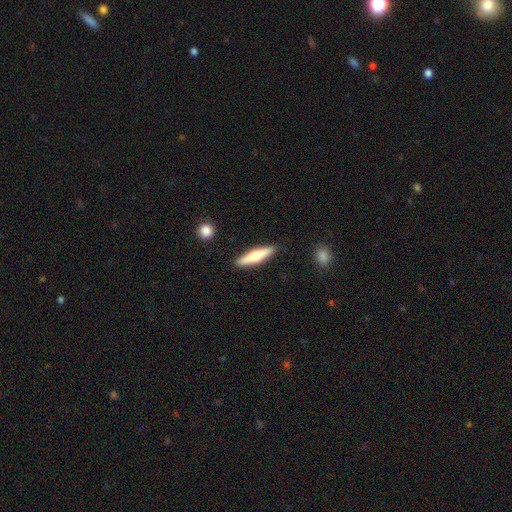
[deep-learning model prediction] The model was most divided on "smooth or featured": smooth: 61%, featured or disk: 33%, star or artifact: 5%. More confident: merging — none (89%); how rounded — cigar-shaped (83%).